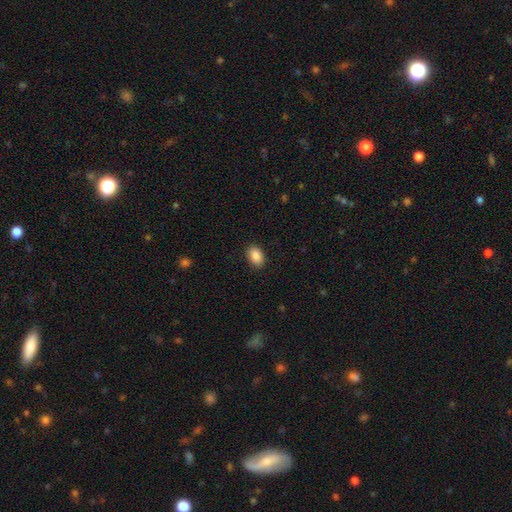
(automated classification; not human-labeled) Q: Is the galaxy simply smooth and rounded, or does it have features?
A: smooth — 89%.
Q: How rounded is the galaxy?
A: in between — 88%.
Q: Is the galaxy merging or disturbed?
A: none — 89%.